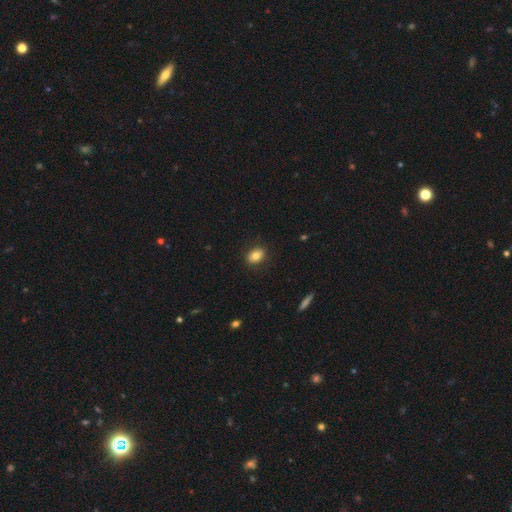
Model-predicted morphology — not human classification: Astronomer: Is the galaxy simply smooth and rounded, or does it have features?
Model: smooth — 83%.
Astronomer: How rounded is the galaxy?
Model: in between — 72%.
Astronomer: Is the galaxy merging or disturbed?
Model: none — 87%.